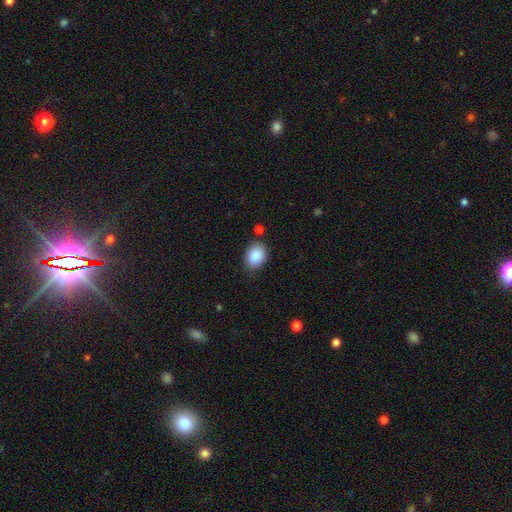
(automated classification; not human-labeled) Q: Smooth or featured?
A: smooth (88%); runner-up: star or artifact (7%)
Q: How rounded?
A: in between (77%); runner-up: round (22%)
Q: Merging?
A: none (78%); runner-up: minor disturbance (15%)